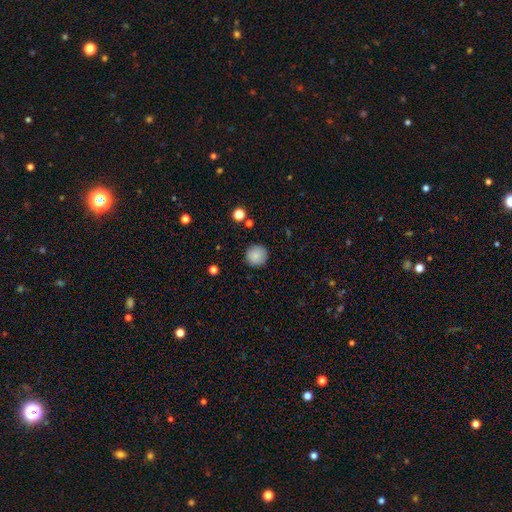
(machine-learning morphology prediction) The model was most divided on "smooth or featured": smooth: 87%, star or artifact: 9%, featured or disk: 5%. More confident: how rounded — round (96%); merging — none (91%).